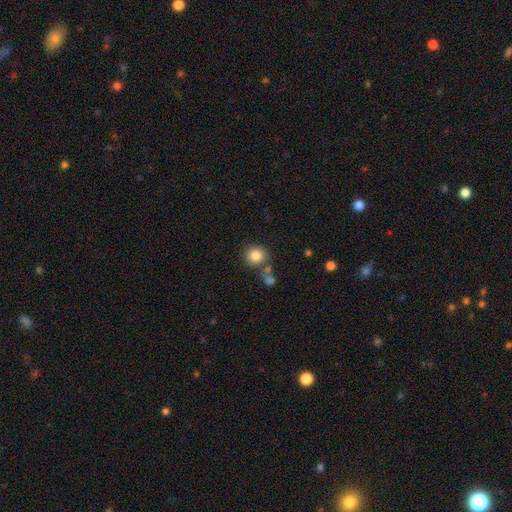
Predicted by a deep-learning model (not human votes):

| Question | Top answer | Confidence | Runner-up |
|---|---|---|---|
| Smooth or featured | smooth | 83% | star or artifact (10%) |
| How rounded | round | 87% | in between (12%) |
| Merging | none | 72% | merger (13%) |